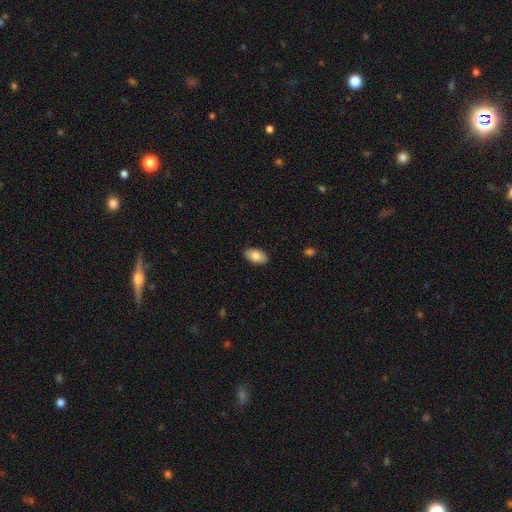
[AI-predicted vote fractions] Smooth or featured? Predicted: smooth (p=0.77). How rounded? Predicted: in between (p=0.94). Merging? Predicted: none (p=0.89).